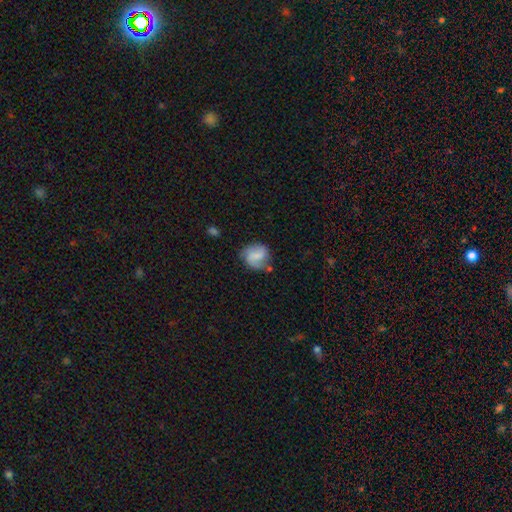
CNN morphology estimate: Smooth or featured: featured or disk — 48% (smooth — 45%)
Merging: none — 59% (minor disturbance — 25%)